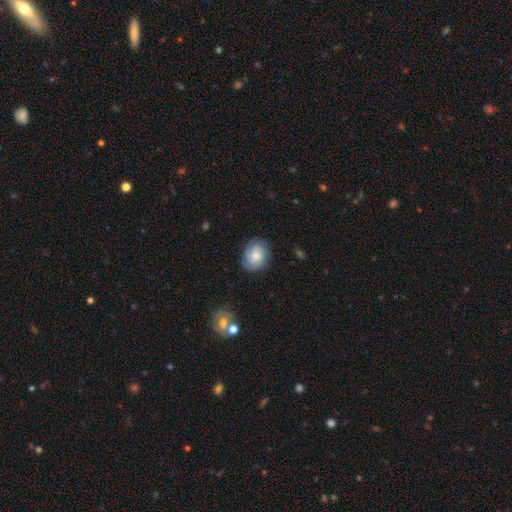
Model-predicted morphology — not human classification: Smooth or featured? Predicted: smooth (p=0.51). How rounded? Predicted: round (p=0.51). Merging? Predicted: none (p=0.79).